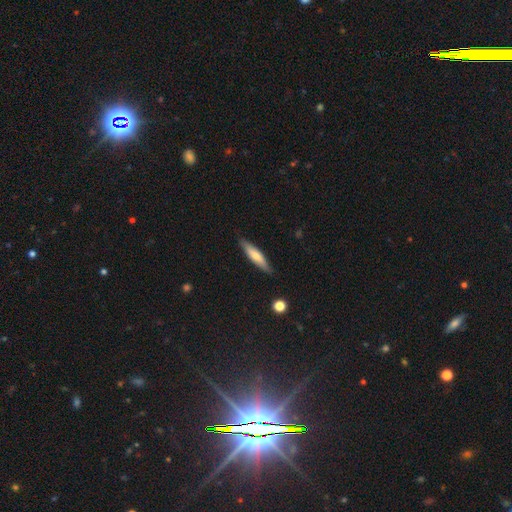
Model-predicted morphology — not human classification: A smooth galaxy with no disk features (58%) that is cigar-shaped (82%).

Vote fractions:
- Smooth or featured? smooth: 58% / featured or disk: 36% / star or artifact: 6%
- How rounded? cigar-shaped: 82% / in between: 17% / round: 2%
- Merging? none: 87% / minor disturbance: 10% / major disturbance: 2% / merger: 1%